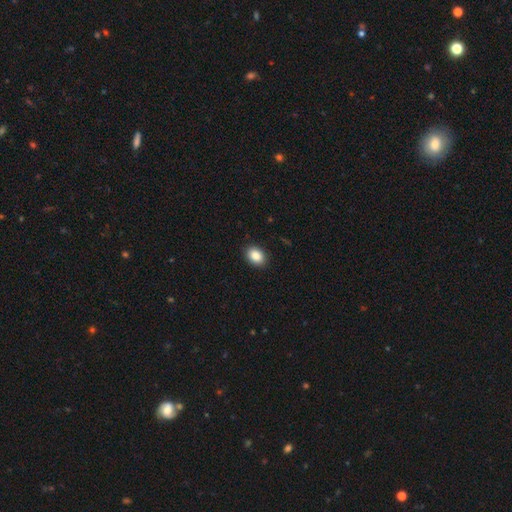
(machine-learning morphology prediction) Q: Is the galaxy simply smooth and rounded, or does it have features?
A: smooth — 88%.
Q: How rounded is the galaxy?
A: in between — 74%.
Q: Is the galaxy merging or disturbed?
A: none — 90%.